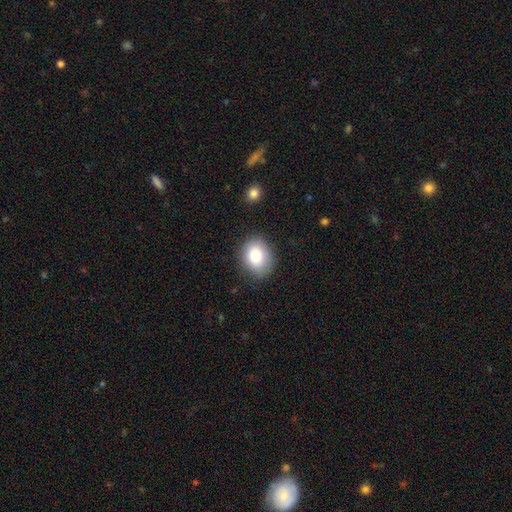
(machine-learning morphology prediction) A smooth galaxy with no disk features (82%) that is round (54%).

Vote fractions:
- Smooth or featured? smooth: 82% / featured or disk: 9% / star or artifact: 9%
- How rounded? round: 54% / in between: 45% / cigar-shaped: 1%
- Merging? none: 82% / minor disturbance: 13% / major disturbance: 3% / merger: 2%